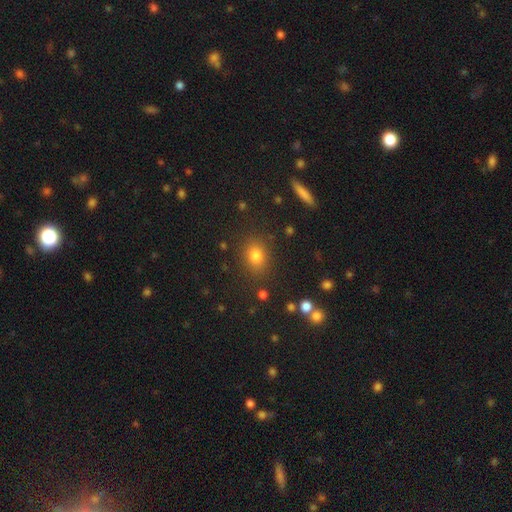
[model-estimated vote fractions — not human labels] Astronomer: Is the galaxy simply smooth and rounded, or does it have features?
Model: smooth — 78%.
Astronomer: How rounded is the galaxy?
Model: round — 54% (runner-up: in between, 44%).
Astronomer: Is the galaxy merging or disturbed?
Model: none — 84%.